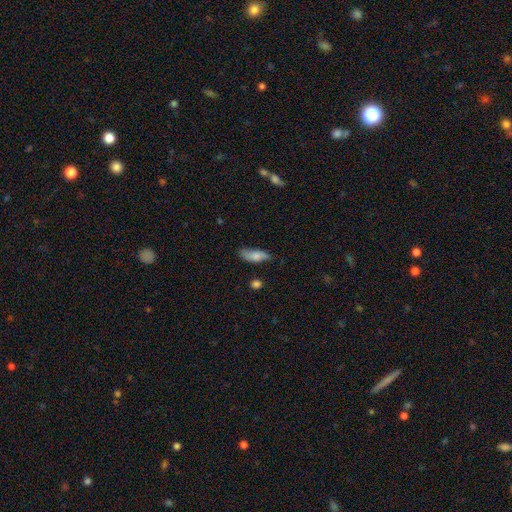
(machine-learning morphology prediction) This is likely a smooth galaxy (73%). How rounded: likely in between (69%). Merging: likely none (61%).